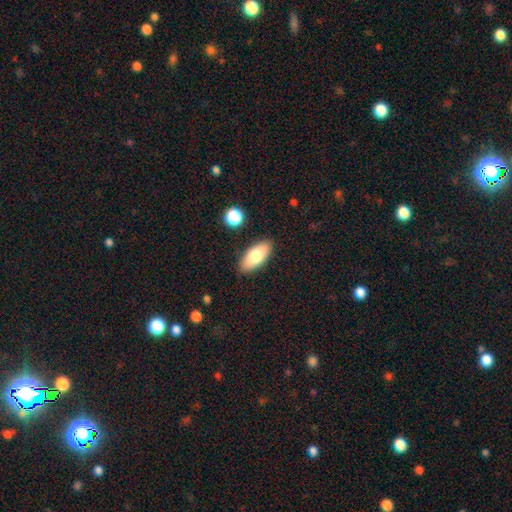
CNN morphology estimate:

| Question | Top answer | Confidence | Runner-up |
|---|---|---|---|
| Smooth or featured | smooth | 74% | featured or disk (19%) |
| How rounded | in between | 86% | cigar-shaped (11%) |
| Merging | none | 87% | minor disturbance (9%) |